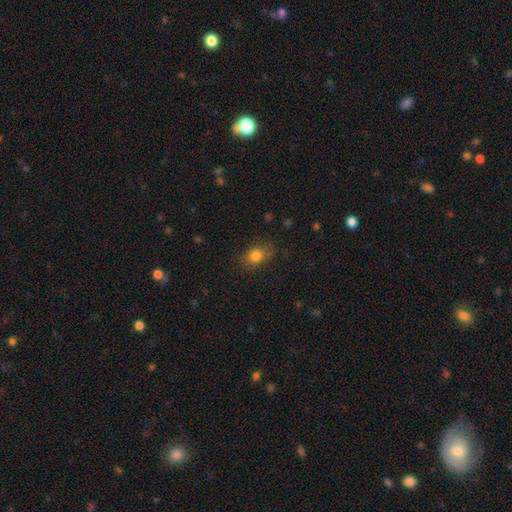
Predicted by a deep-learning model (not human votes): The model was most divided on "how rounded": in between: 53%, round: 45%, cigar-shaped: 1%. More confident: smooth or featured — smooth (82%); merging — none (75%).